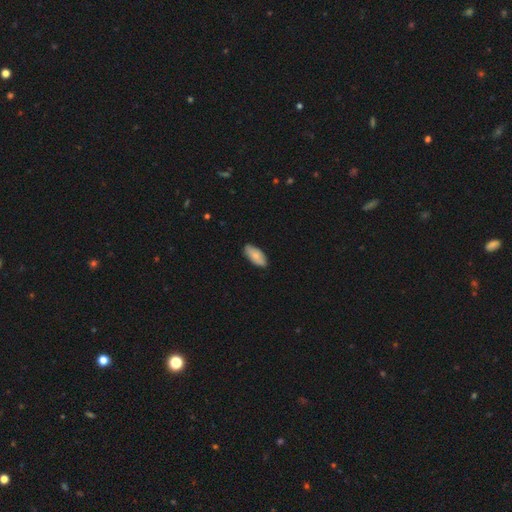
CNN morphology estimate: smooth 79%, featured or disk 15%, star or artifact 6%. Down the decision tree: how rounded — in between (91%); merging — none (83%).